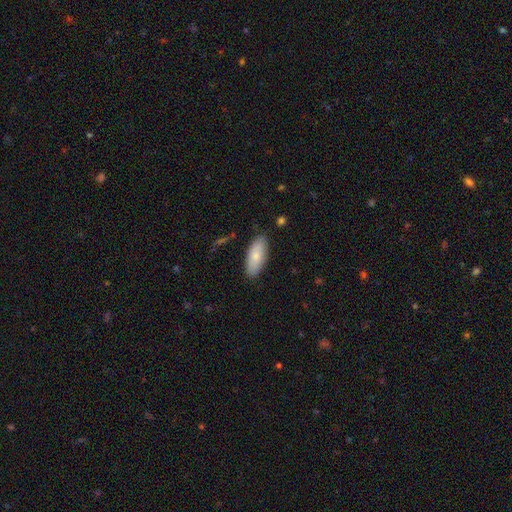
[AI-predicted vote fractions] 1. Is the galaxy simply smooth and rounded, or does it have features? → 77% smooth, 17% featured or disk, 6% star or artifact.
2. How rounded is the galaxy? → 82% in between, 16% cigar-shaped, 2% round.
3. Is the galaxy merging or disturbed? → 83% none, 13% minor disturbance, 2% major disturbance, 2% merger.